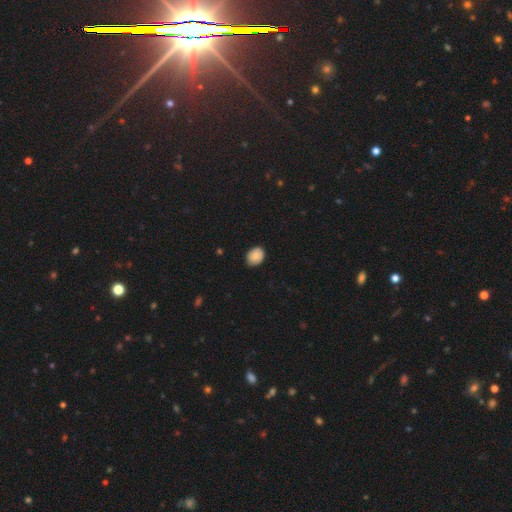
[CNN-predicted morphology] Overall: smooth (84%). How rounded: in between (63%; round 36%). Merging: none (82%).